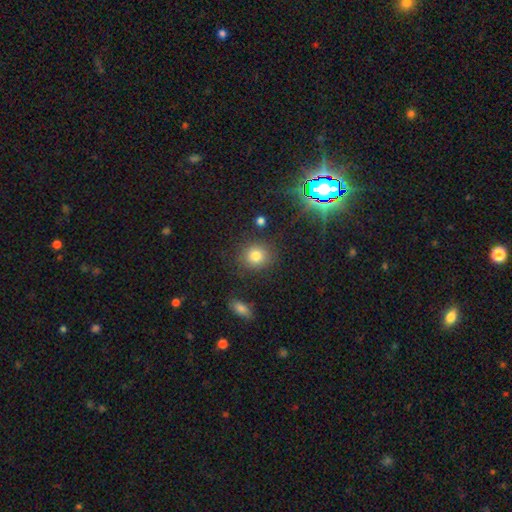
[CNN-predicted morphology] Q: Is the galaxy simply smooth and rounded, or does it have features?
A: smooth — 79%.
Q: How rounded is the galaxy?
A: round — 82%.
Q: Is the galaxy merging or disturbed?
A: none — 85%.